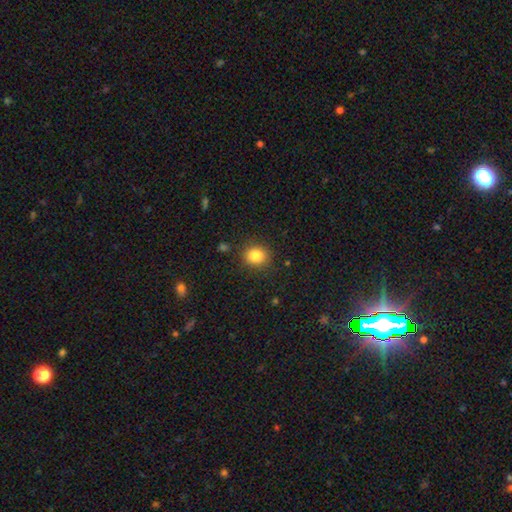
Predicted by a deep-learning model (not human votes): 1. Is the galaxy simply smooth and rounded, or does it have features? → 84% smooth, 10% star or artifact, 6% featured or disk.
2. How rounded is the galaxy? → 76% round, 23% in between, 1% cigar-shaped.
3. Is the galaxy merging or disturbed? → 87% none, 9% minor disturbance, 3% major disturbance, 2% merger.